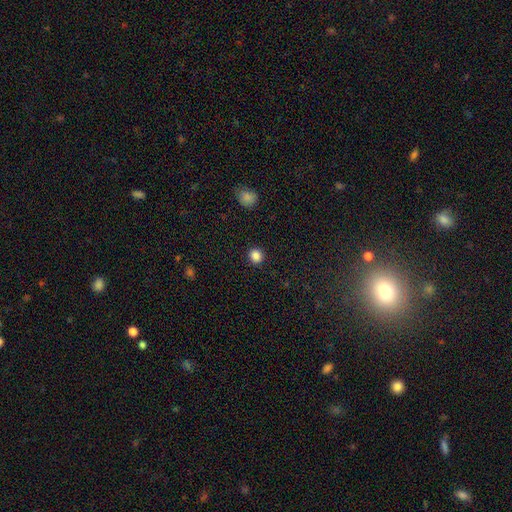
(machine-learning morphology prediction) This appears to be a smooth galaxy with no disk features (86%) that is round (88%). Merging: none (91%).